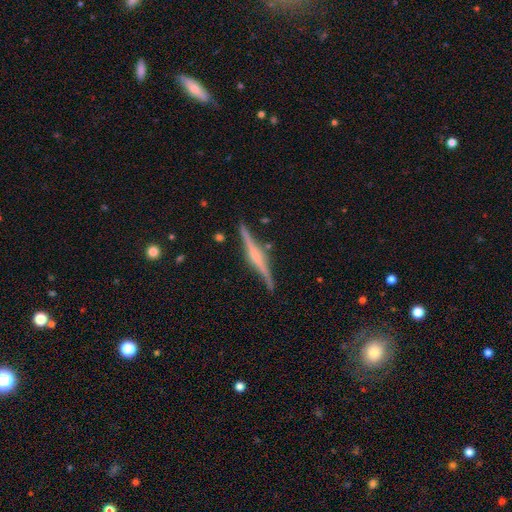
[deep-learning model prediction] Overall: featured or disk (77%). Edge-on disk: yes (98%). Edge-on bulge: rounded (60%; none 21%). Merging: none (86%).